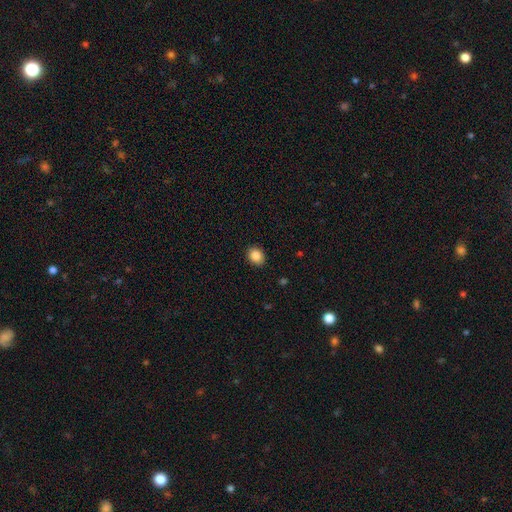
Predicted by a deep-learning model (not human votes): Smooth or featured? Predicted: smooth (p=0.87). How rounded? Predicted: round (p=0.50). Merging? Predicted: none (p=0.90).